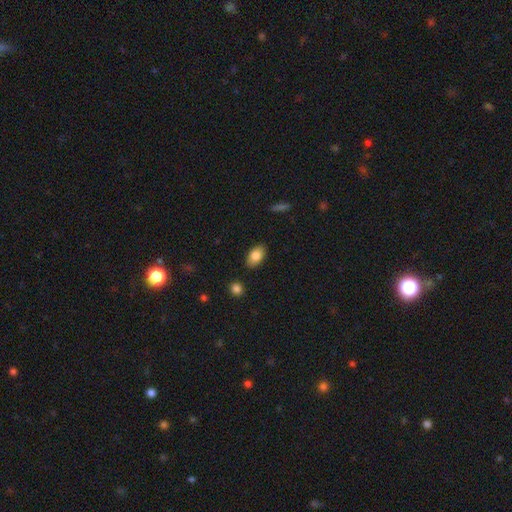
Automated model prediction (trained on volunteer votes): This is clearly a smooth galaxy (83%). How rounded: clearly in between (91%). Merging: clearly none (86%).